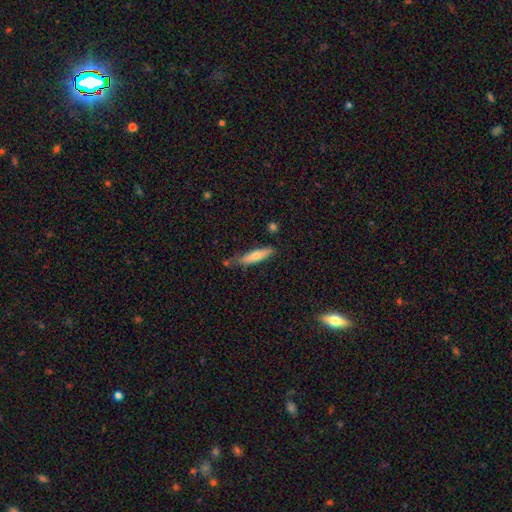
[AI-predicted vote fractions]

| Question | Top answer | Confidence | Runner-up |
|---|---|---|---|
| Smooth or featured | smooth | 68% | featured or disk (26%) |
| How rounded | cigar-shaped | 76% | in between (23%) |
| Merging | none | 68% | minor disturbance (22%) |